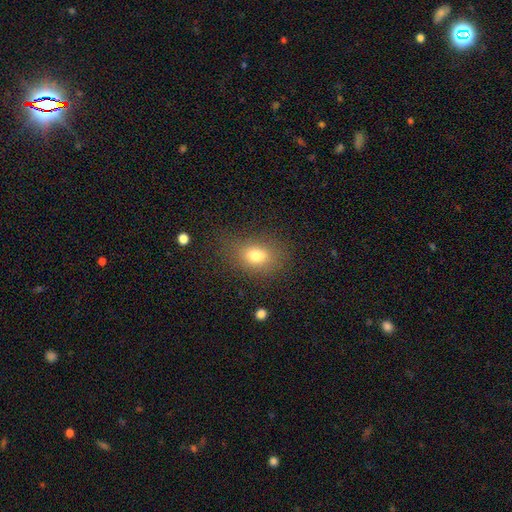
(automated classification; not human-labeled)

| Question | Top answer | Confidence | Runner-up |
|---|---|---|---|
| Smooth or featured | smooth | 77% | star or artifact (12%) |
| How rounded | in between | 76% | round (22%) |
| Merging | none | 69% | minor disturbance (20%) |